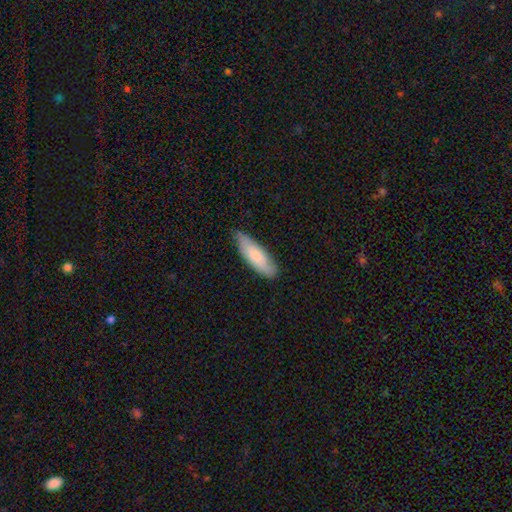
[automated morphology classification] type=smooth (76%); roundness=in between (57%); merging=none (74%).